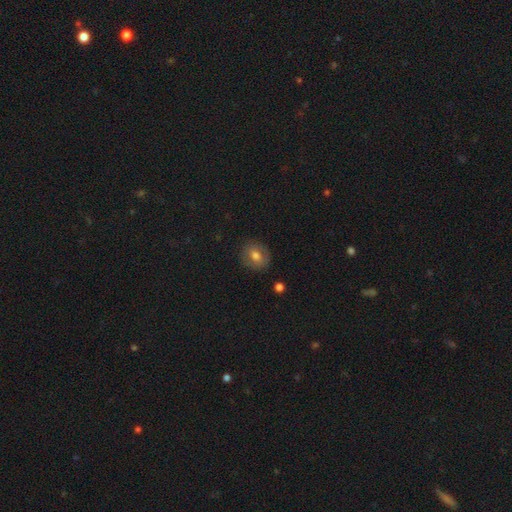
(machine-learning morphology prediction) This is likely a smooth galaxy (70%). How rounded: likely round (64%). Merging: clearly none (85%).